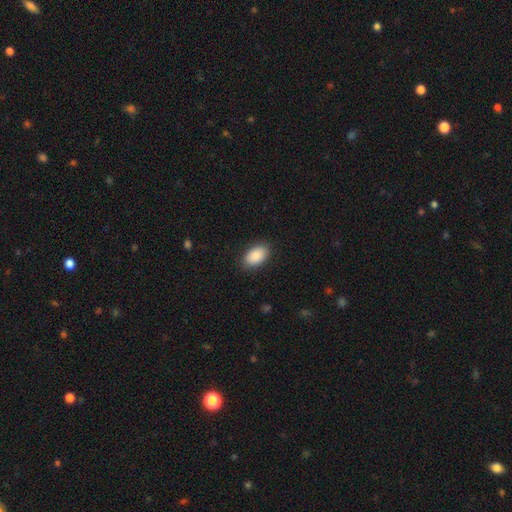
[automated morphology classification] Overall: smooth (90%). How rounded: in between (93%). Merging: none (87%).